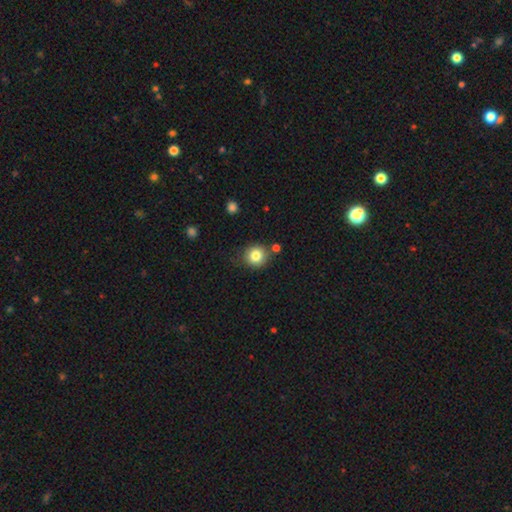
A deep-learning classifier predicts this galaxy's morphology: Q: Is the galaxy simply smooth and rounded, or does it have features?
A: smooth — 82%.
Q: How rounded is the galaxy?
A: round — 88%.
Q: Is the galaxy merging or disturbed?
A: none — 78%.